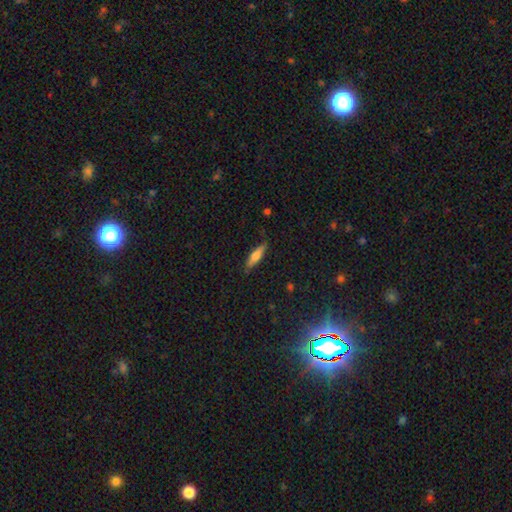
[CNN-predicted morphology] smooth_or_featured: smooth (p=0.71) [alt: featured or disk p=0.22]
how_rounded: cigar-shaped (p=0.67) [alt: in between p=0.31]
merging: none (p=0.81) [alt: minor disturbance p=0.15]